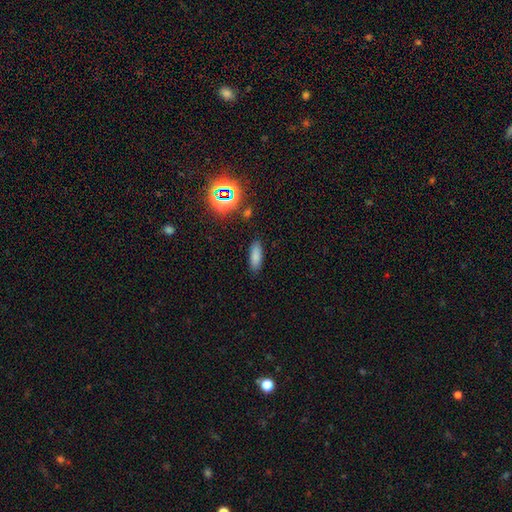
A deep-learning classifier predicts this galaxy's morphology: This is likely a smooth galaxy (79%). How rounded: likely in between (66%). Merging: clearly none (86%).